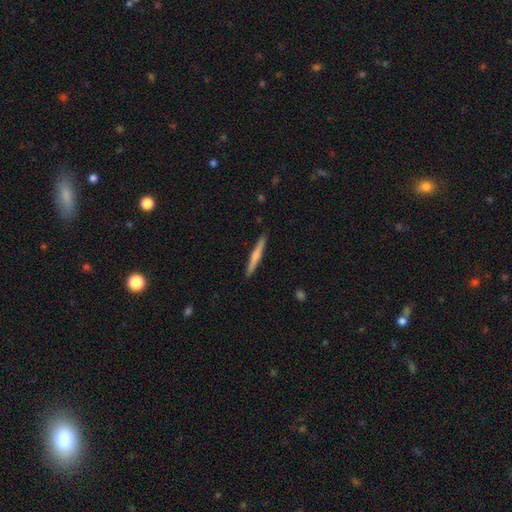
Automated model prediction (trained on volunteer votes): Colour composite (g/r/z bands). It shows a smooth galaxy with no disk features (55%) that is cigar-shaped (96%). Merging: none (91%).